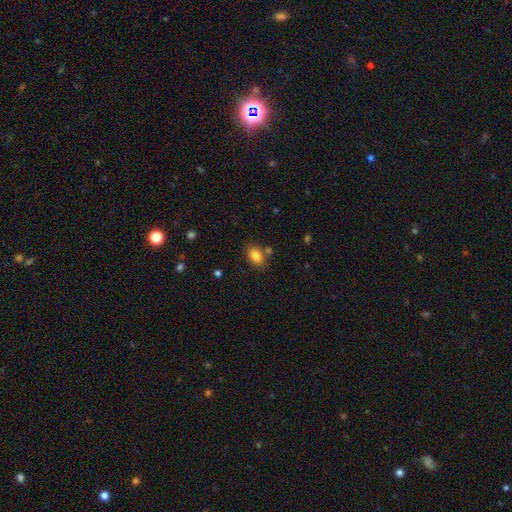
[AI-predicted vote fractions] Overall: smooth (83%). How rounded: in between (78%). Merging: none (75%).